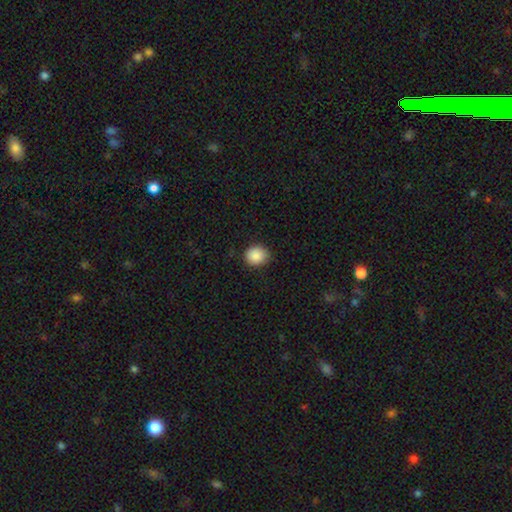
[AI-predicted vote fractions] smooth 87%, star or artifact 9%, featured or disk 4%. Down the decision tree: how rounded — round (76%); merging — none (83%).